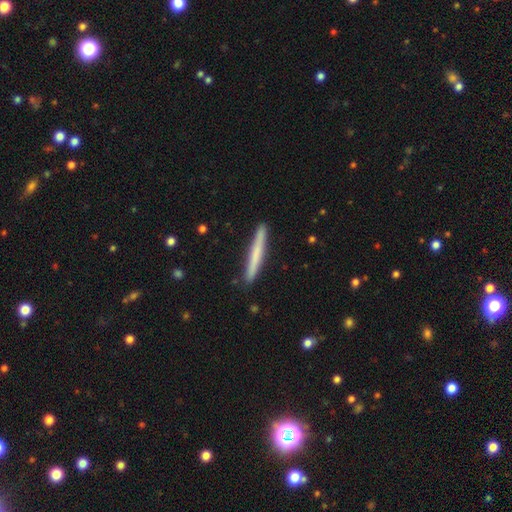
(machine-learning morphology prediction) type=smooth (64%); roundness=cigar-shaped (97%); merging=none (90%).